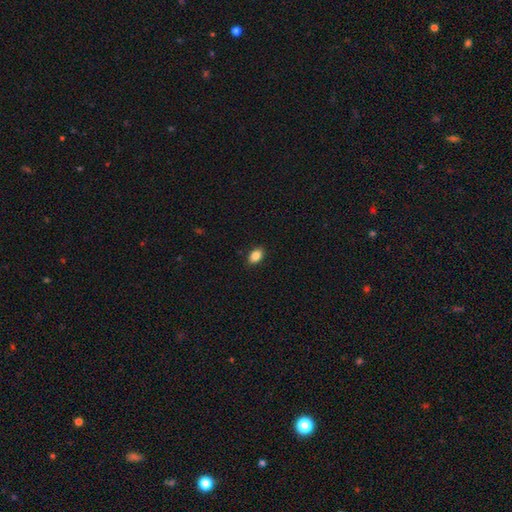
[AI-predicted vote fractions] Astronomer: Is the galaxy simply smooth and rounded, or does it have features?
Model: smooth — 86%.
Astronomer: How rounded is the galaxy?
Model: in between — 86%.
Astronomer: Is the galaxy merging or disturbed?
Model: none — 90%.